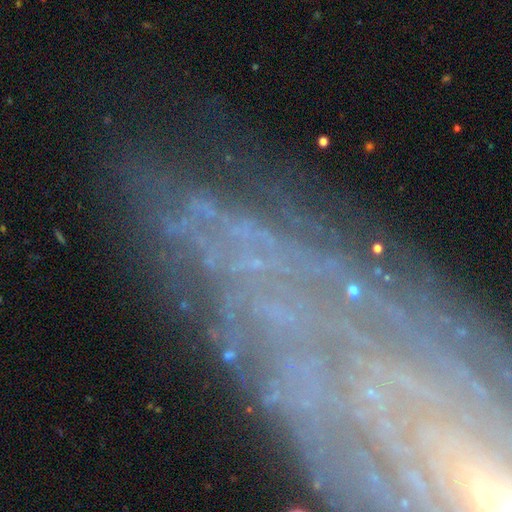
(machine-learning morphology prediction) This appears to be a featured or disk galaxy (60%) with no bar (66%), spiral arms (74%) and a small central bulge (51%). Merging: none (65%).